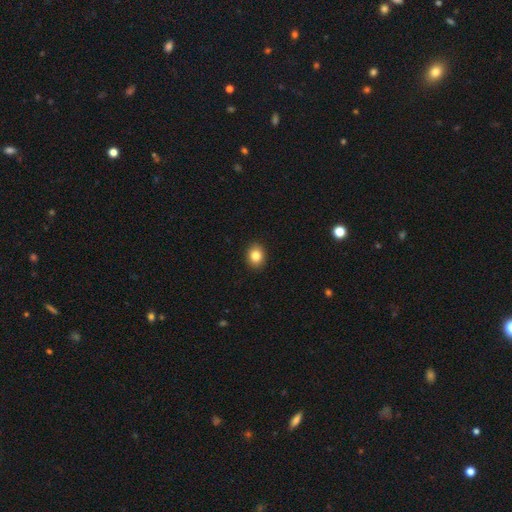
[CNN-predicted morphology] Smooth or featured? Predicted: smooth (p=0.84). How rounded? Predicted: round (p=0.51). Merging? Predicted: none (p=0.91).